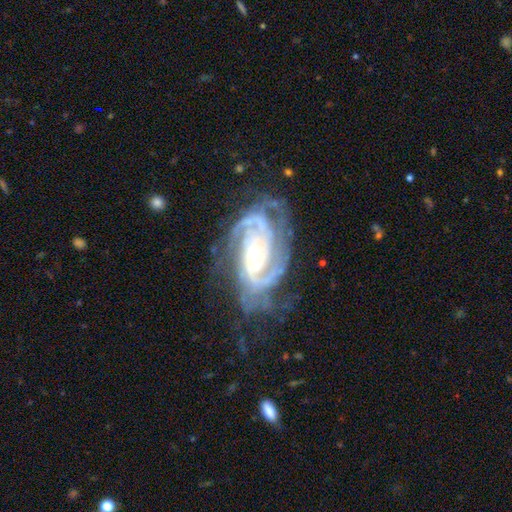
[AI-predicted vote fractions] Smooth or featured?
  - featured or disk: 92% *
  - star or artifact: 5%
  - smooth: 3%
Edge-on disk?
  - no: 97% *
  - yes: 3%
Bar?
  - no: 60% *
  - weak: 27%
  - strong: 13%
Spiral arms?
  - yes: 98% *
  - no: 2%
Spiral winding?
  - tight: 63% *
  - medium: 31%
  - loose: 5%
Spiral arm count?
  - 3: 30% *
  - 2: 28%
  - can't tell: 16%
  - 4: 14%
  - more than 4: 7%
  - 1: 6%
Bulge size?
  - small: 48% *
  - moderate: 47%
  - large: 3%
  - none: 1%
  - dominant: 1%
Merging?
  - none: 66% *
  - minor disturbance: 21%
  - major disturbance: 12%
  - merger: 2%